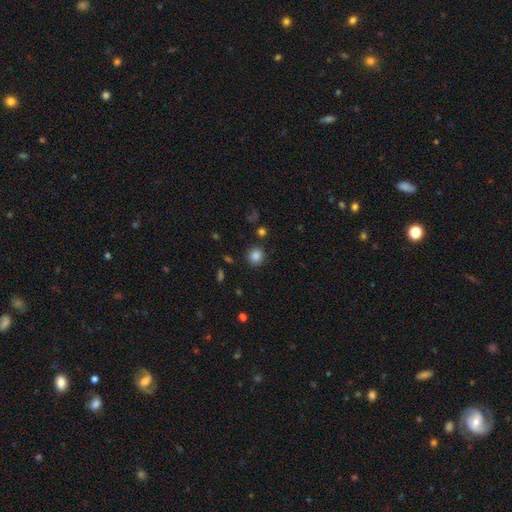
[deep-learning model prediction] Smooth or featured? smooth (84%)
How rounded? round (90%)
Merging? none (89%)